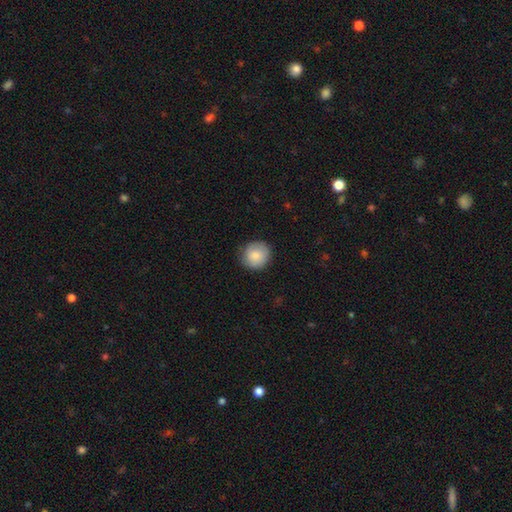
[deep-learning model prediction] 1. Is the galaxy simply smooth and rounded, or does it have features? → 83% smooth, 10% featured or disk, 7% star or artifact.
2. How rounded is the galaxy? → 90% round, 9% in between, 1% cigar-shaped.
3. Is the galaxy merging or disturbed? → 84% none, 13% minor disturbance, 3% major disturbance, 1% merger.